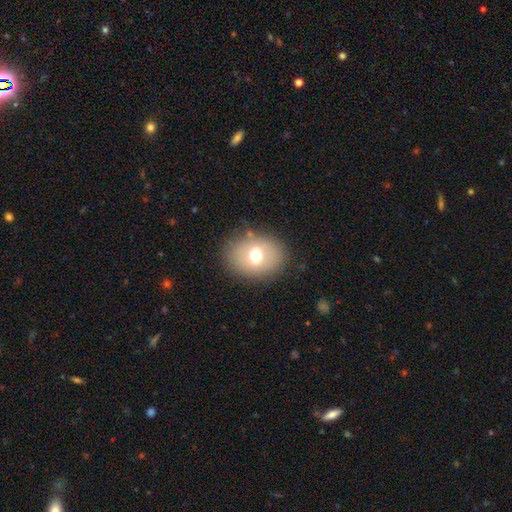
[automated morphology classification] smooth_or_featured: smooth (p=0.66) [alt: featured or disk p=0.22]
how_rounded: in between (p=0.54) [alt: round p=0.45]
merging: none (p=0.83) [alt: minor disturbance p=0.11]